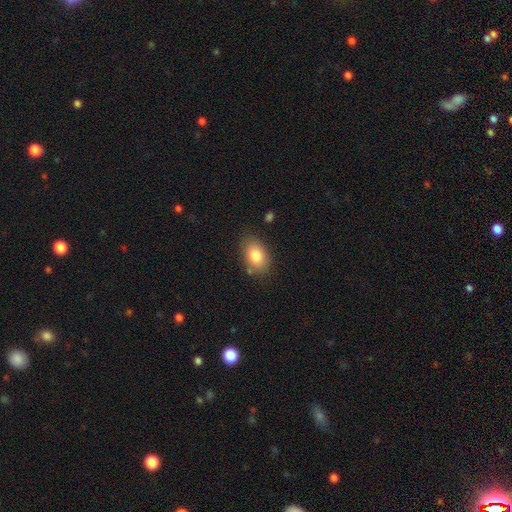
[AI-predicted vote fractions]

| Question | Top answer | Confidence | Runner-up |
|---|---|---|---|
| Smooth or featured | smooth | 83% | featured or disk (9%) |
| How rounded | in between | 85% | round (14%) |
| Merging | none | 79% | minor disturbance (15%) |